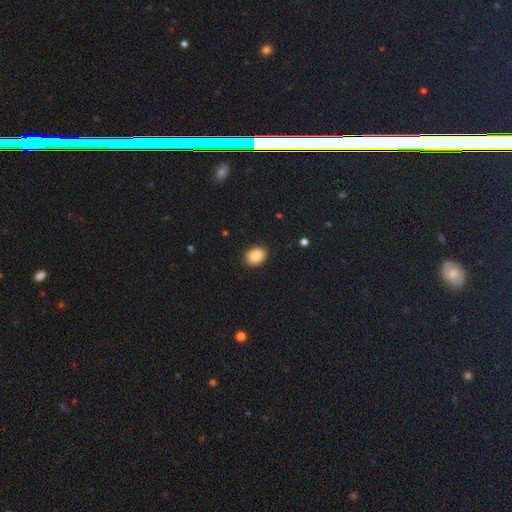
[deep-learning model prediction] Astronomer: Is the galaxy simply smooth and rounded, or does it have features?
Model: smooth — 88%.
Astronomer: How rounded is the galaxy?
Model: in between — 71%.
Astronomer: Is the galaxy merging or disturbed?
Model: none — 89%.